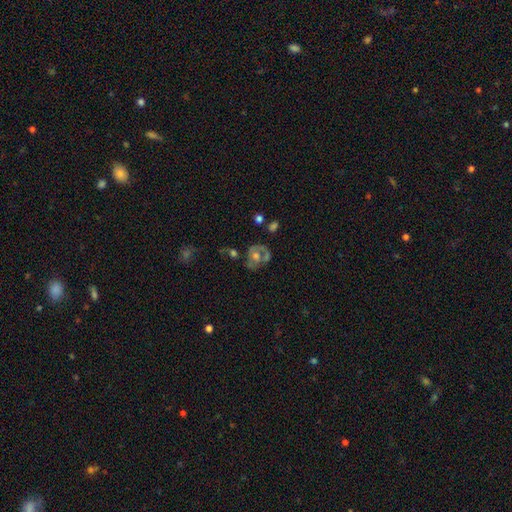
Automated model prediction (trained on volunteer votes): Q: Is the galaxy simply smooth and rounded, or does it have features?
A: featured or disk — 59%.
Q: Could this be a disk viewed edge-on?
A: no — 96%.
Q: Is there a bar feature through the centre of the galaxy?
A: no — 82%.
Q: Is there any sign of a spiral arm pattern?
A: no — 60%.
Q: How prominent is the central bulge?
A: moderate — 65%.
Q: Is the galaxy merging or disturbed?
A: none — 50%.